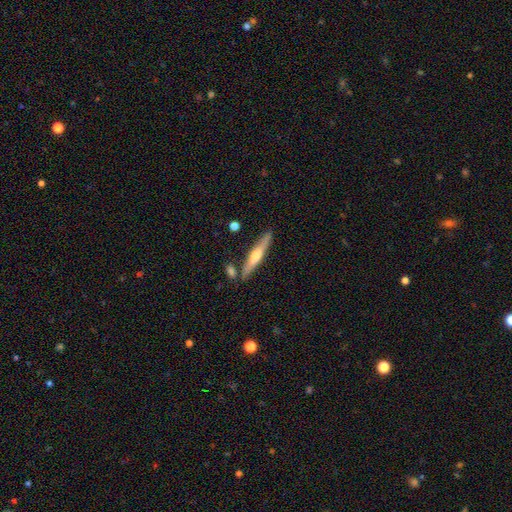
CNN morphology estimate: A featured or disk galaxy (59%) viewed edge-on (96%) with a rounded central bulge (82%).

Vote fractions:
- Smooth or featured? featured or disk: 59% / smooth: 36% / star or artifact: 6%
- Edge-on disk? yes: 96% / no: 4%
- Edge-on bulge? rounded: 82% / none: 10% / boxy: 8%
- Merging? none: 83% / minor disturbance: 10% / merger: 6% / major disturbance: 2%